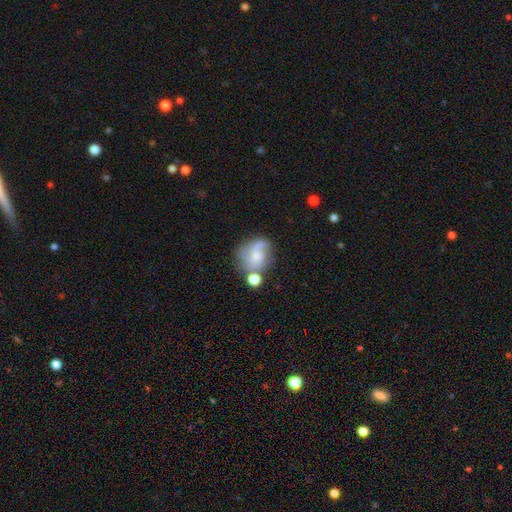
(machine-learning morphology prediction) Q: Smooth or featured?
A: featured or disk (51%); runner-up: smooth (38%)
Q: Edge-on disk?
A: no (98%); runner-up: yes (2%)
Q: Bar?
A: no (69%); runner-up: weak (27%)
Q: Spiral arms?
A: yes (81%); runner-up: no (19%)
Q: Bulge size?
A: small (44%); runner-up: moderate (26%)
Q: Merging?
A: none (45%); runner-up: minor disturbance (21%)